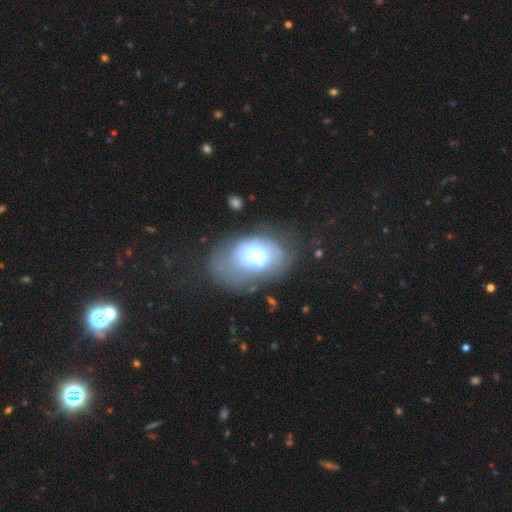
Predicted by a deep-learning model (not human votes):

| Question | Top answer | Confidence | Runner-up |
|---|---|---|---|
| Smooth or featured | smooth | 54% | featured or disk (34%) |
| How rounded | in between | 71% | round (28%) |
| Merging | major disturbance | 36% | none (33%) |